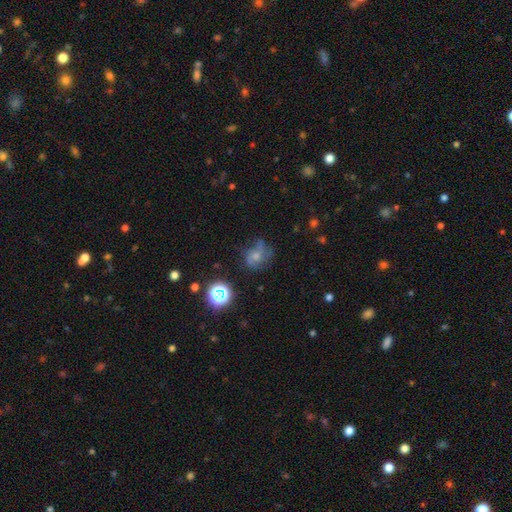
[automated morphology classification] The model was most divided on "smooth or featured": featured or disk: 40%, smooth: 39%, star or artifact: 21%. Remaining: merging — none (46%).